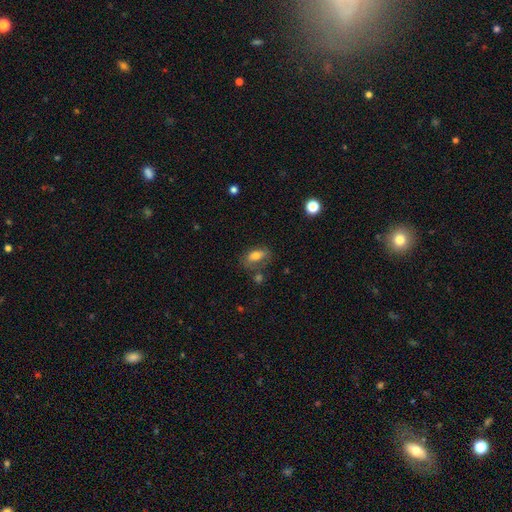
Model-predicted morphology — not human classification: smooth 70%, featured or disk 21%, star or artifact 9%. Down the decision tree: how rounded — in between (87%); merging — none (57%).